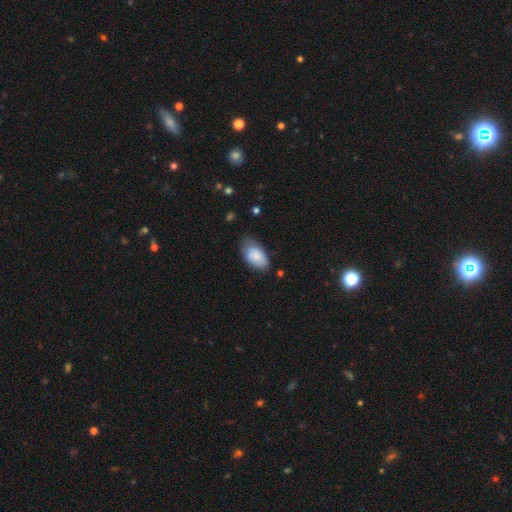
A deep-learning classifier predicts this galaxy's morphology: smooth_or_featured: smooth (p=0.79) [alt: featured or disk p=0.14]
how_rounded: in between (p=0.94) [alt: round p=0.04]
merging: none (p=0.59) [alt: minor disturbance p=0.31]